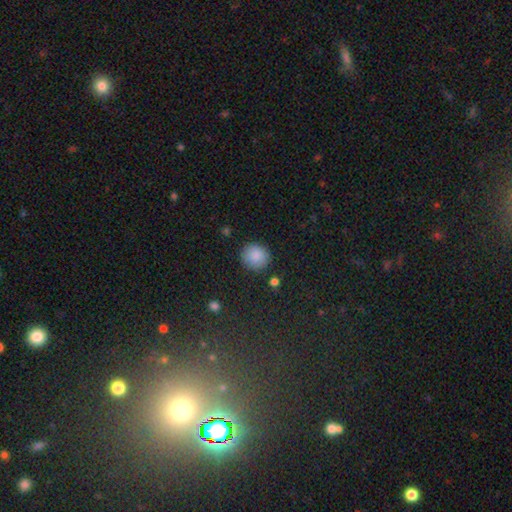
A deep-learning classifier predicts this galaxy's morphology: Smooth or featured? Predicted: smooth (p=0.87). How rounded? Predicted: round (p=0.90). Merging? Predicted: none (p=0.87).